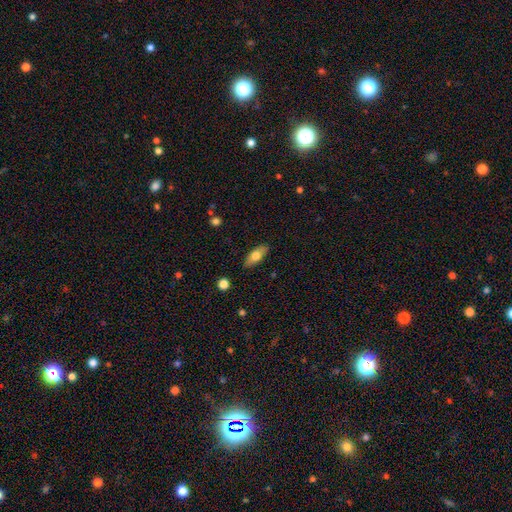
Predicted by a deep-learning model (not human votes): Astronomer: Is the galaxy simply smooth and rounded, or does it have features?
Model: smooth — 69%.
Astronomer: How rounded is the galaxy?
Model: in between — 78%.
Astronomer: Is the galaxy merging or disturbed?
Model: none — 87%.